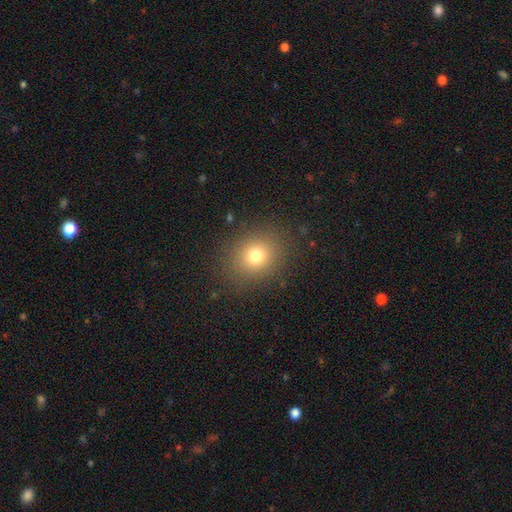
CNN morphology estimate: Smooth or featured: smooth — 75% (star or artifact — 15%)
How rounded: round — 70% (in between — 29%)
Merging: none — 87% (minor disturbance — 8%)